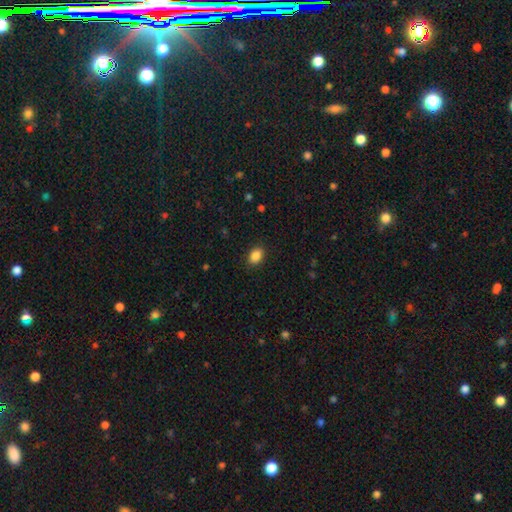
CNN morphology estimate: A smooth galaxy with no disk features (88%) that is in between round and cigar-shaped (76%).

Vote fractions:
- Smooth or featured? smooth: 88% / star or artifact: 9% / featured or disk: 3%
- How rounded? in between: 76% / round: 23% / cigar-shaped: 1%
- Merging? none: 88% / minor disturbance: 8% / major disturbance: 2% / merger: 1%